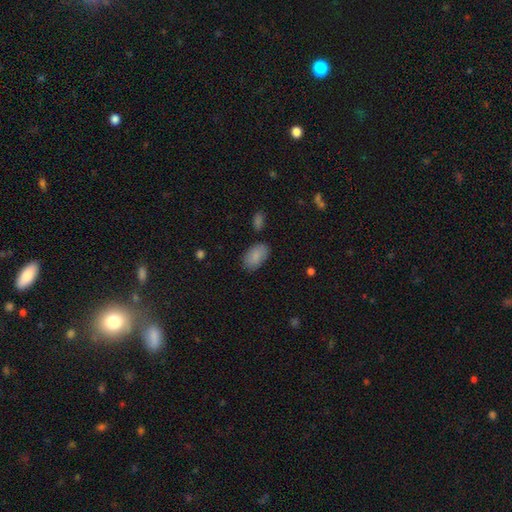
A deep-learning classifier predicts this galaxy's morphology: Q: Smooth or featured?
A: smooth (87%); runner-up: star or artifact (7%)
Q: How rounded?
A: in between (93%); runner-up: round (5%)
Q: Merging?
A: none (80%); runner-up: minor disturbance (13%)